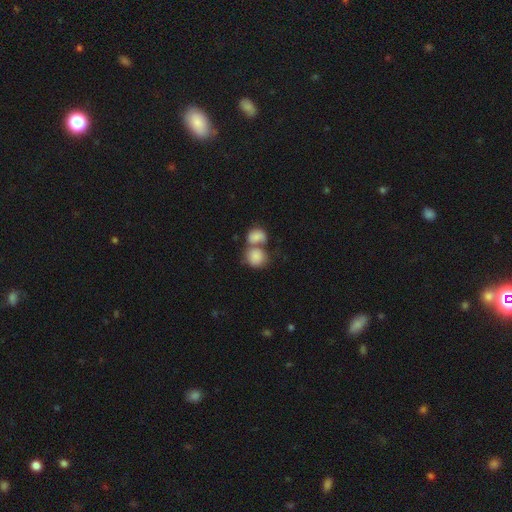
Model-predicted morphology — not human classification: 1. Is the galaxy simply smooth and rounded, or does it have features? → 84% smooth, 9% featured or disk, 7% star or artifact.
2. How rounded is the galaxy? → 69% round, 30% in between, 1% cigar-shaped.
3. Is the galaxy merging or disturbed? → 64% merger, 24% none, 8% minor disturbance, 4% major disturbance.